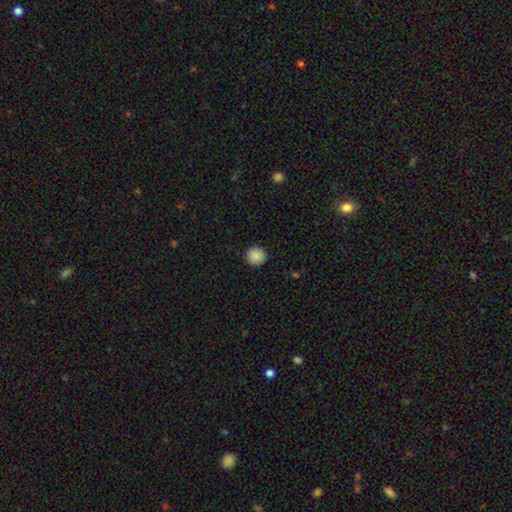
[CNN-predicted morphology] type=smooth (88%); roundness=round (94%); merging=none (91%).